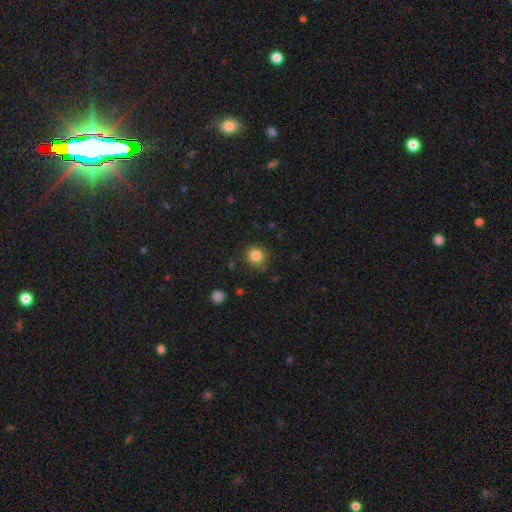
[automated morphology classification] This is clearly a smooth galaxy (83%). How rounded: clearly round (90%). Merging: clearly none (82%).